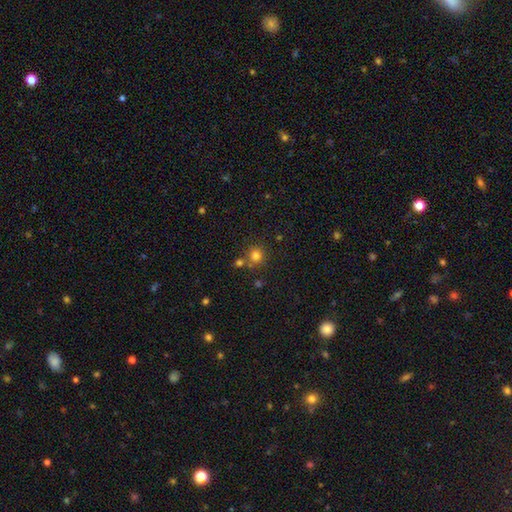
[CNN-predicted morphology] This is likely a smooth galaxy (79%). How rounded: clearly round (90%). Merging: likely none (71%).